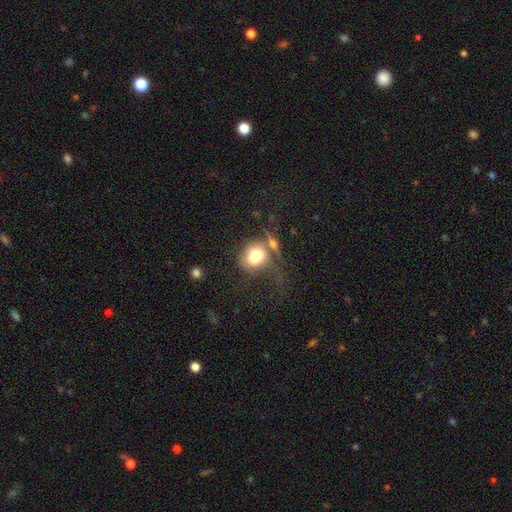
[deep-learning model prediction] smooth 74%, featured or disk 17%, star or artifact 9%. Down the decision tree: how rounded — in between (52%); merging — none (29%, tied with merger).